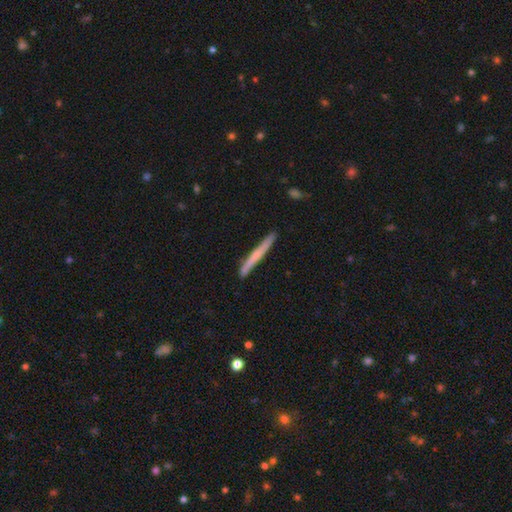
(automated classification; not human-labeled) This appears to be a smooth galaxy with no disk features (52%) that is cigar-shaped (97%). Merging: none (88%).